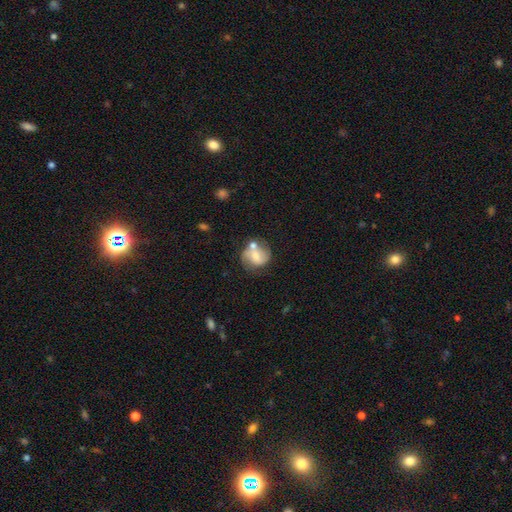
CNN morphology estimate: This appears to be a smooth galaxy with no disk features (52%) that is round (75%). Merging: none (50%).